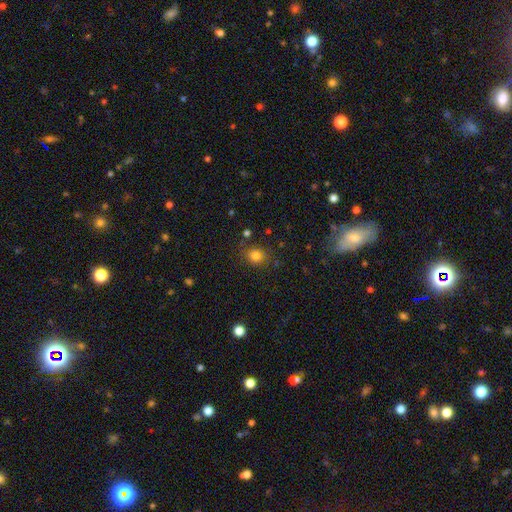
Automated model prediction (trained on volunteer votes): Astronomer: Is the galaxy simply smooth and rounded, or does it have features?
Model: smooth — 80%.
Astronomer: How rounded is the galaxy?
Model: round — 76%.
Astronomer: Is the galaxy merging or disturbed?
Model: none — 82%.